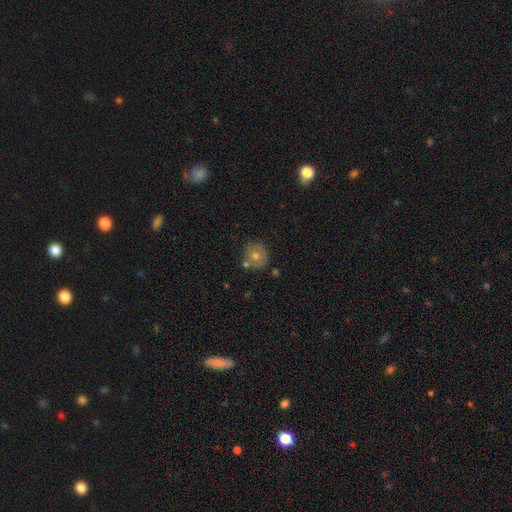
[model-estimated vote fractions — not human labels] A smooth galaxy with no disk features (59%) that is round (86%). Merging: none (75%).